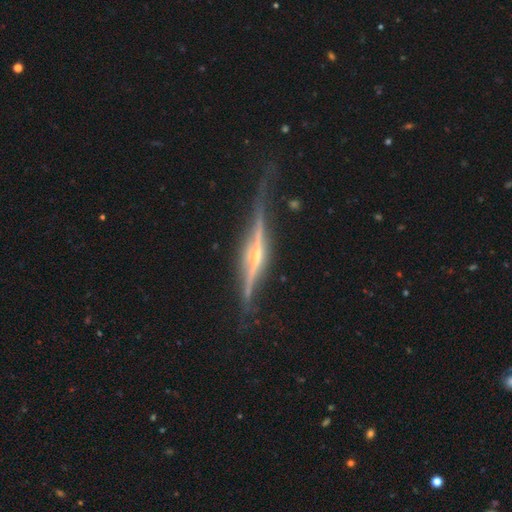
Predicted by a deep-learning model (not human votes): featured or disk 88%, smooth 6%, star or artifact 5%. Down the decision tree: edge-on disk — yes (97%); edge-on bulge — rounded (72%); merging — none (74%).